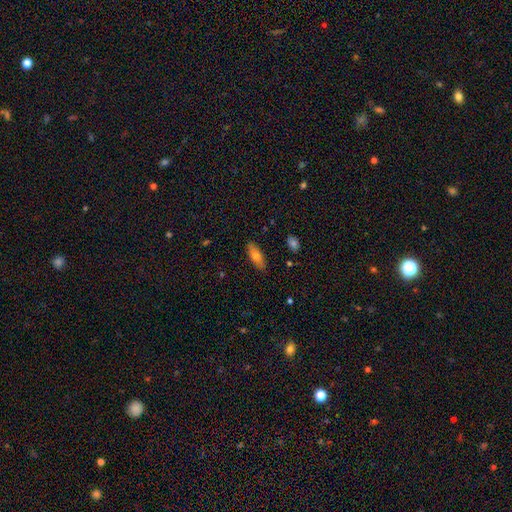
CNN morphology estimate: Q: Smooth or featured?
A: smooth (70%); runner-up: featured or disk (23%)
Q: How rounded?
A: in between (68%); runner-up: cigar-shaped (30%)
Q: Merging?
A: none (87%); runner-up: minor disturbance (10%)